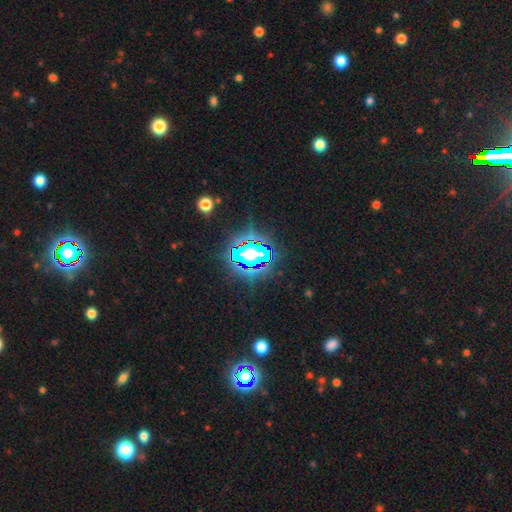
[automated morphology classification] Smooth or featured? star or artifact (80%)